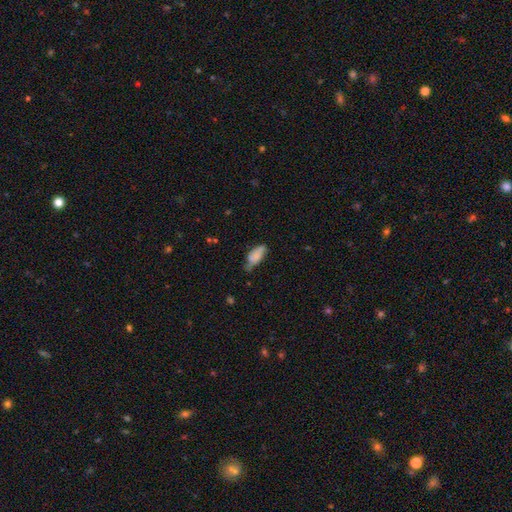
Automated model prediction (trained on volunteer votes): Q: Smooth or featured?
A: smooth (78%); runner-up: featured or disk (14%)
Q: How rounded?
A: in between (86%); runner-up: cigar-shaped (12%)
Q: Merging?
A: none (44%); runner-up: minor disturbance (40%)